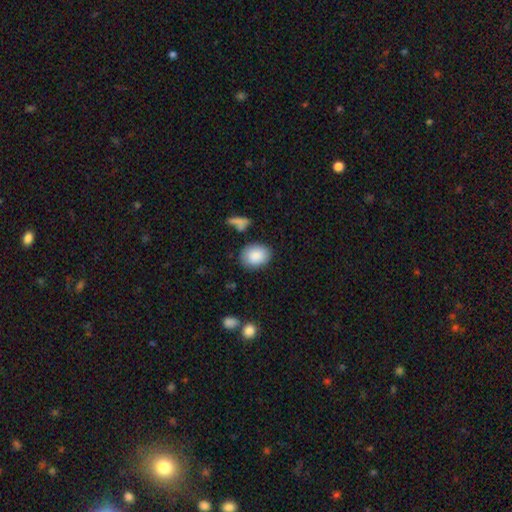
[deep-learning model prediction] This is clearly a smooth galaxy (87%). How rounded: likely in between (64%). Merging: likely none (78%).